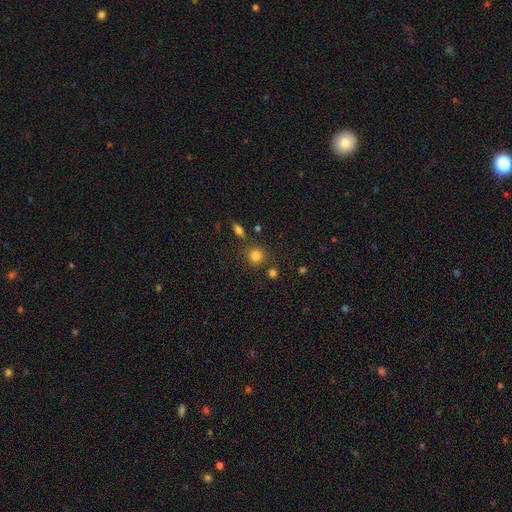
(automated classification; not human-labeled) Smooth or featured: smooth — 81% (star or artifact — 12%)
How rounded: round — 90% (in between — 9%)
Merging: none — 78% (minor disturbance — 9%)